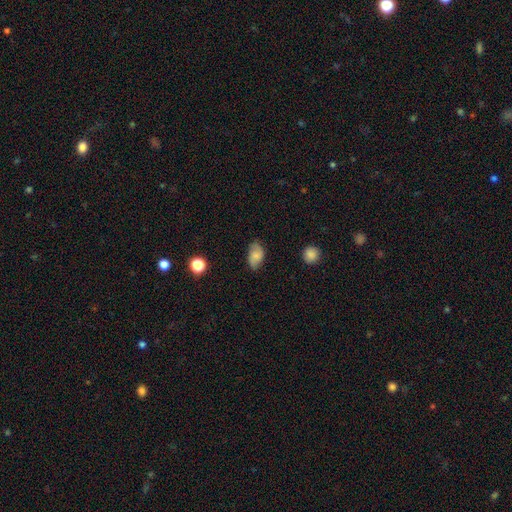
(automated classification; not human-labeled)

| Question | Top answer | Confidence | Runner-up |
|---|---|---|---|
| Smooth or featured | smooth | 65% | featured or disk (26%) |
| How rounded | in between | 88% | round (10%) |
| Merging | none | 74% | minor disturbance (21%) |